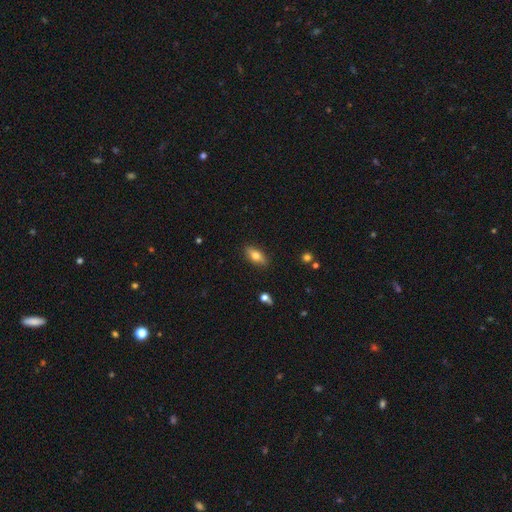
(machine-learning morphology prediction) This is likely a smooth galaxy (70%). How rounded: likely in between (79%). Merging: clearly none (87%).